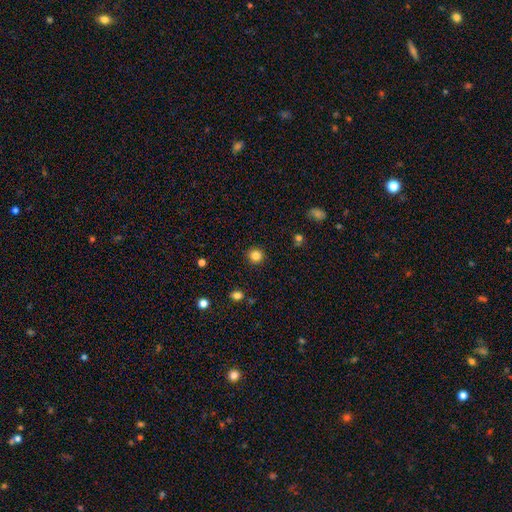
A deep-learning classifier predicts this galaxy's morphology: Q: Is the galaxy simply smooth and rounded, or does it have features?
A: smooth — 84%.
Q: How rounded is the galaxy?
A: round — 93%.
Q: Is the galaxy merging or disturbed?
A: none — 92%.